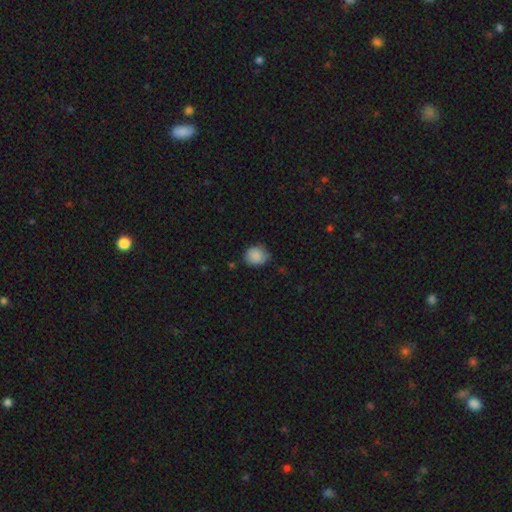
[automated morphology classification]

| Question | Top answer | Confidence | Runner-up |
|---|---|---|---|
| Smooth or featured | smooth | 87% | star or artifact (8%) |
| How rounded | round | 56% | in between (43%) |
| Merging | none | 68% | minor disturbance (26%) |